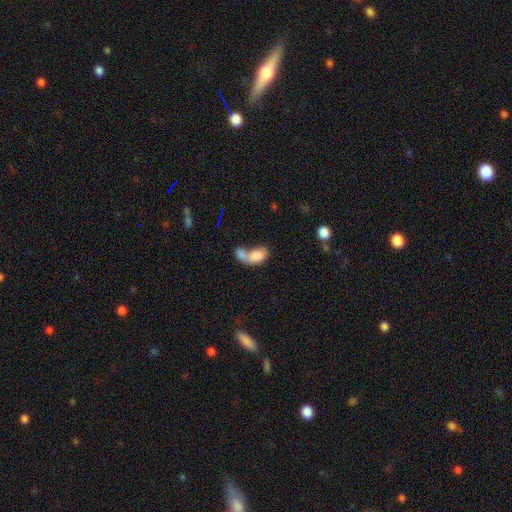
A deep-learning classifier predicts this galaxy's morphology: Smooth or featured? smooth (77%)
How rounded? in between (87%)
Merging? merger (69%)